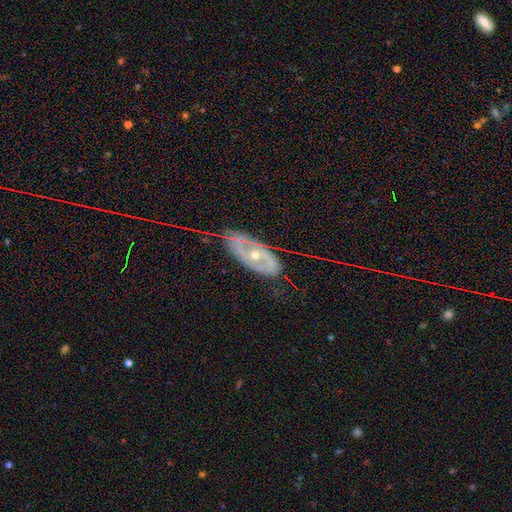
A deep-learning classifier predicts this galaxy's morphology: This is likely a featured or disk galaxy (78%). It is clearly not viewed edge-on (87%). Bar: likely no (72%). Spiral arm pattern: likely yes (62%). Central bulge: possibly small (50%). Merging: possibly none (57%).